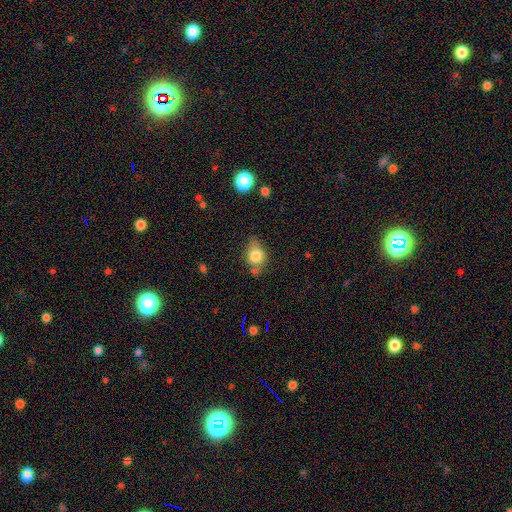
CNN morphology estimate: type=smooth (79%); roundness=round (54%); merging=none (55%).